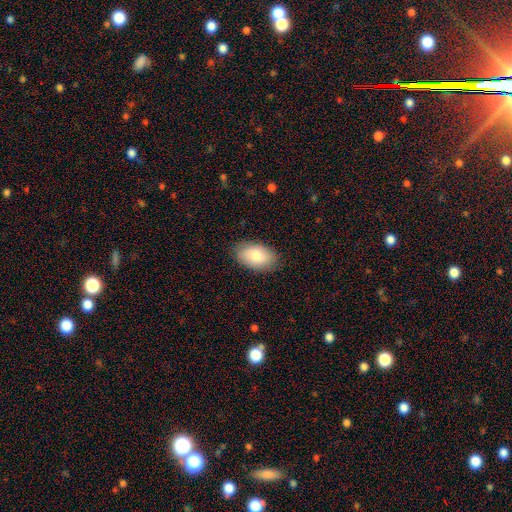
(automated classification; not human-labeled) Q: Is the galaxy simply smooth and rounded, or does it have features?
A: smooth — 78%.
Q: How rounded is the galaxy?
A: in between — 93%.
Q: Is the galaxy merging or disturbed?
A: none — 85%.